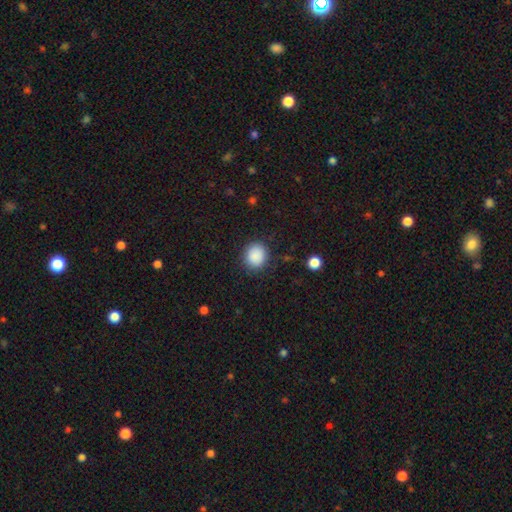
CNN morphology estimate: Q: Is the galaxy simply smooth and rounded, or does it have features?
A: smooth — 88%.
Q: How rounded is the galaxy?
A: round — 75%.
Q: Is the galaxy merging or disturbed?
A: none — 87%.